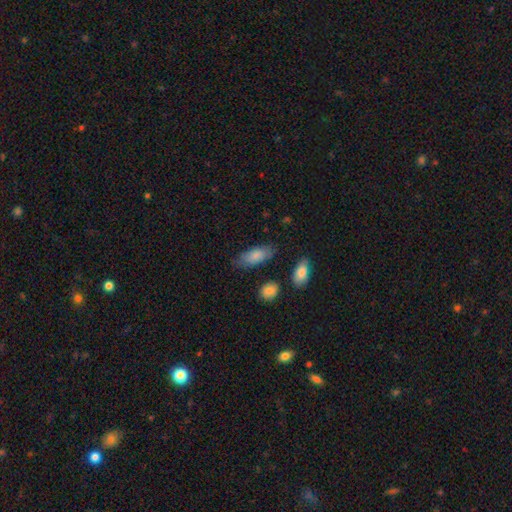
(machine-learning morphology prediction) Smooth or featured: smooth — 82% (featured or disk — 12%)
How rounded: in between — 81% (cigar-shaped — 16%)
Merging: none — 72% (minor disturbance — 20%)